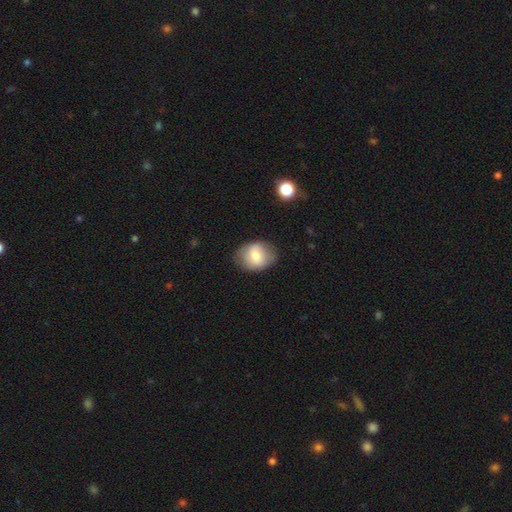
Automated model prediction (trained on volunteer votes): This is likely a smooth galaxy (71%). How rounded: possibly in between (52%). Merging: likely none (74%).